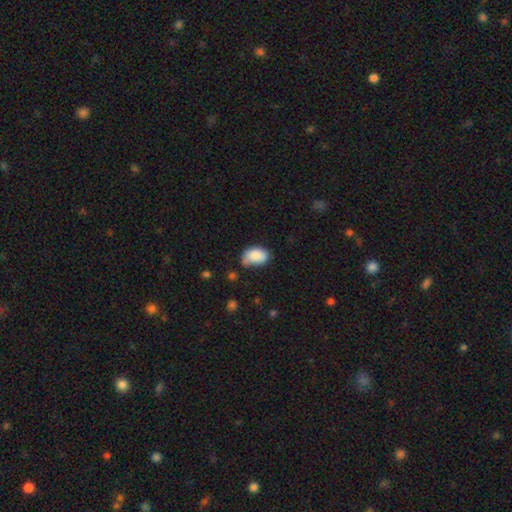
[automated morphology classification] Overall: smooth (85%). How rounded: in between (88%). Merging: none (53%; minor disturbance 33%).